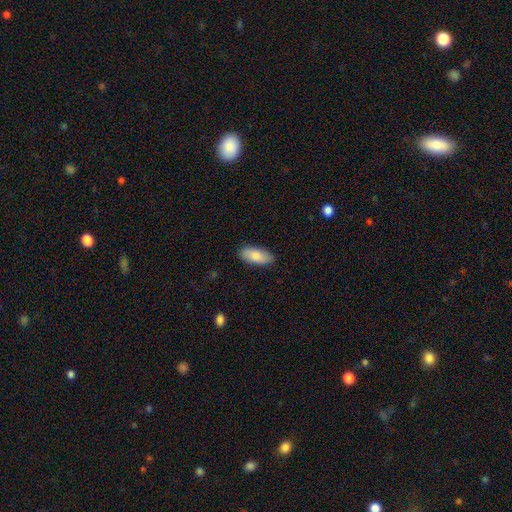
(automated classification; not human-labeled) Smooth or featured? smooth (83%)
How rounded? in between (88%)
Merging? none (87%)